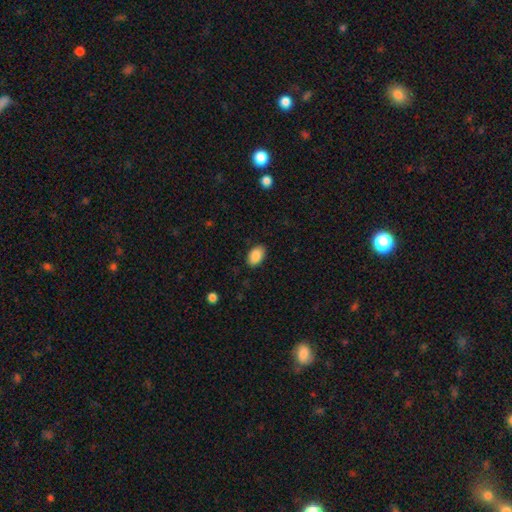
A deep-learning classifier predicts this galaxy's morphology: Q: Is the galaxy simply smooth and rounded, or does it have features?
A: smooth — 88%.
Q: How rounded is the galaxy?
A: in between — 91%.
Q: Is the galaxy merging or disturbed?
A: none — 87%.